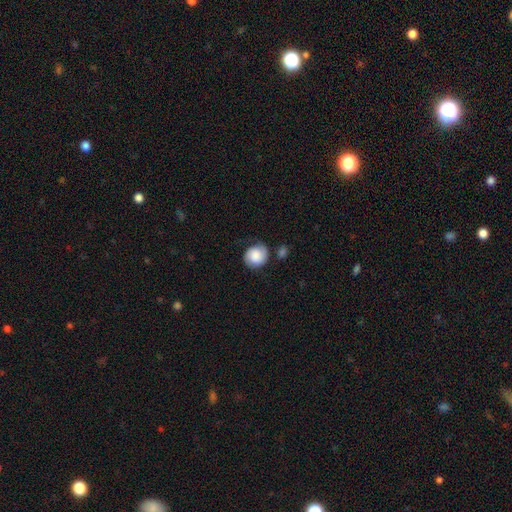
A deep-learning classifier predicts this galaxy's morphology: The model was most divided on "smooth or featured": smooth: 63%, featured or disk: 28%, star or artifact: 8%. More confident: how rounded — round (79%); merging — none (67%).